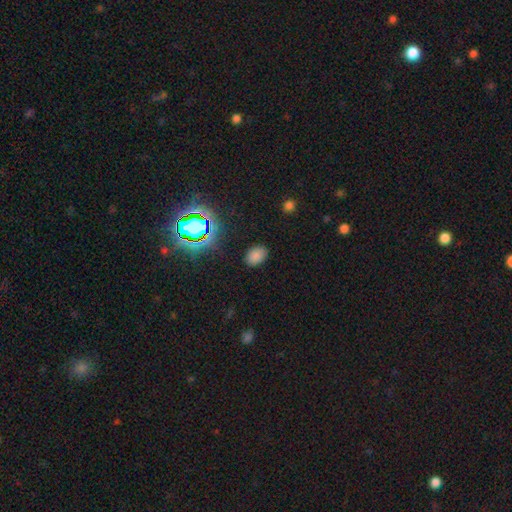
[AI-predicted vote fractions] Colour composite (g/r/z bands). It shows a smooth galaxy with no disk features (77%) that is in between round and cigar-shaped (81%). Merging: none (85%).